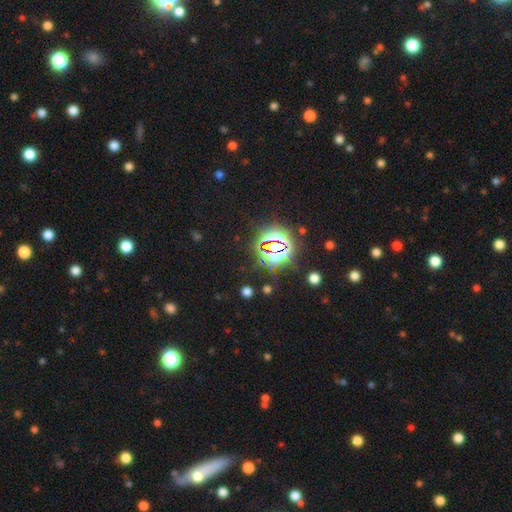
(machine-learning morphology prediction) This is likely a star or artifact rather than a galaxy (77%).